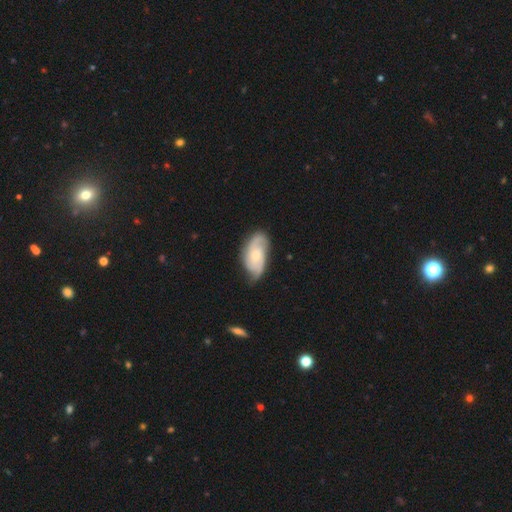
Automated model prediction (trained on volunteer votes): Q: Smooth or featured?
A: featured or disk (68%); runner-up: smooth (26%)
Q: Edge-on disk?
A: no (95%); runner-up: yes (5%)
Q: Bar?
A: no (71%); runner-up: weak (25%)
Q: Spiral arms?
A: yes (93%); runner-up: no (7%)
Q: Spiral winding?
A: medium (44%); runner-up: tight (36%)
Q: Spiral arm count?
A: 2 (58%); runner-up: 3 (17%)
Q: Bulge size?
A: small (50%); runner-up: moderate (42%)
Q: Merging?
A: none (64%); runner-up: minor disturbance (27%)